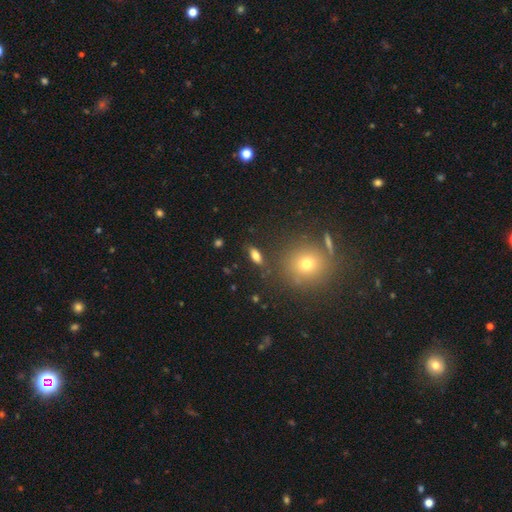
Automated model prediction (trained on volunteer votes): Q: Smooth or featured?
A: smooth (78%); runner-up: star or artifact (11%)
Q: How rounded?
A: in between (78%); runner-up: cigar-shaped (15%)
Q: Merging?
A: none (82%); runner-up: minor disturbance (10%)